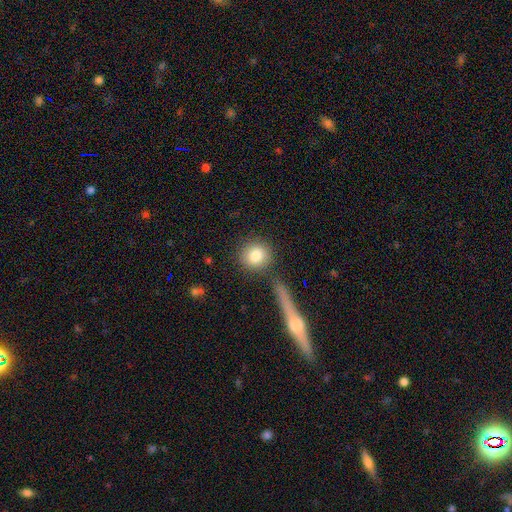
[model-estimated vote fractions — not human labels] smooth_or_featured: smooth (p=0.83) [alt: featured or disk p=0.09]
how_rounded: round (p=0.89) [alt: in between p=0.09]
merging: none (p=0.81) [alt: minor disturbance p=0.08]